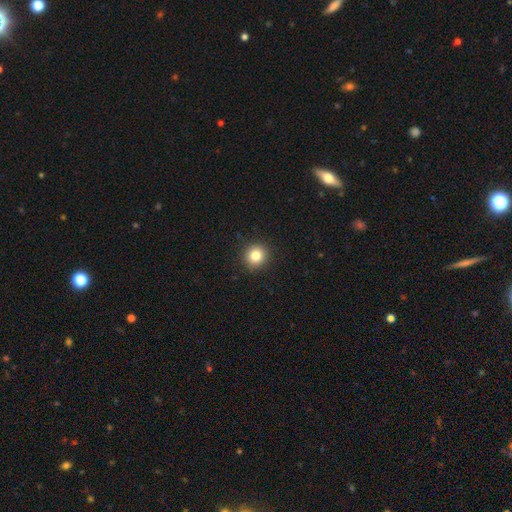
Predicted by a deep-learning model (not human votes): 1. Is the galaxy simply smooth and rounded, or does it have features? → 83% smooth, 11% star or artifact, 6% featured or disk.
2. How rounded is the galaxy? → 92% round, 7% in between, 1% cigar-shaped.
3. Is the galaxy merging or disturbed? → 92% none, 5% minor disturbance, 2% major disturbance, 1% merger.